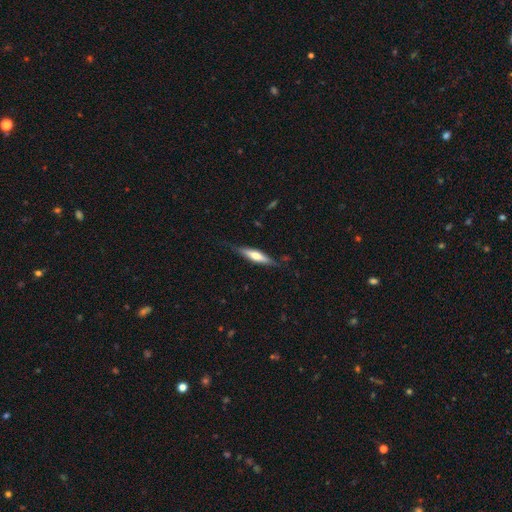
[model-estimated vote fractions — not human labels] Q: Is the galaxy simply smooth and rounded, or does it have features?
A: featured or disk — 48%.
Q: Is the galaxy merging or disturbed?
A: none — 77%.